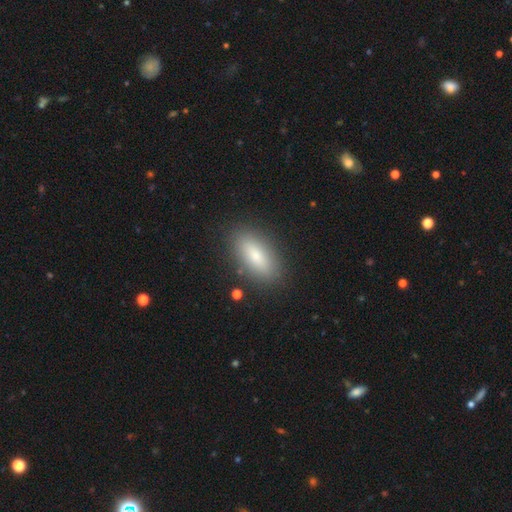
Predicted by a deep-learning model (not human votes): This is likely a smooth galaxy (77%). How rounded: likely in between (78%). Merging: clearly none (86%).